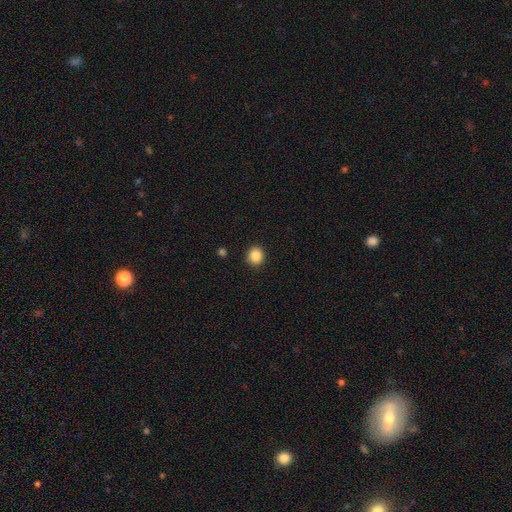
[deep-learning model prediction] smooth-or-featured: smooth: 86% | star or artifact: 10% | featured or disk: 4%
  how-rounded: round: 88% | in between: 11% | cigar-shaped: 1%
  merging: none: 91% | minor disturbance: 6% | major disturbance: 2% | merger: 1%